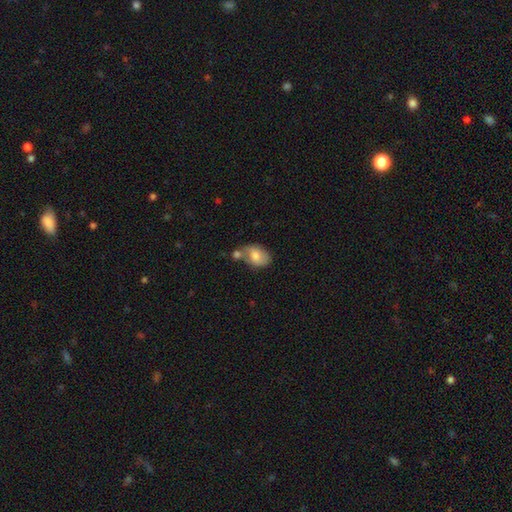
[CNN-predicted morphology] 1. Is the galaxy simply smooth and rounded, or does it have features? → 72% smooth, 21% featured or disk, 7% star or artifact.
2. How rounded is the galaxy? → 82% in between, 17% round, 1% cigar-shaped.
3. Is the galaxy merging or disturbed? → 43% none, 30% merger, 20% minor disturbance, 7% major disturbance.